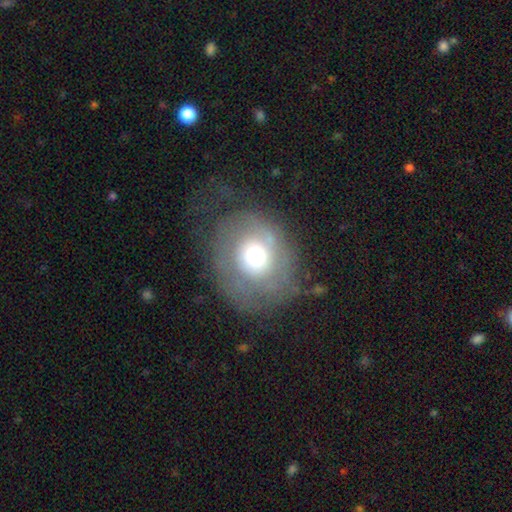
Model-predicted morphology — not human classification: type=smooth (46%); merging=none (55%).